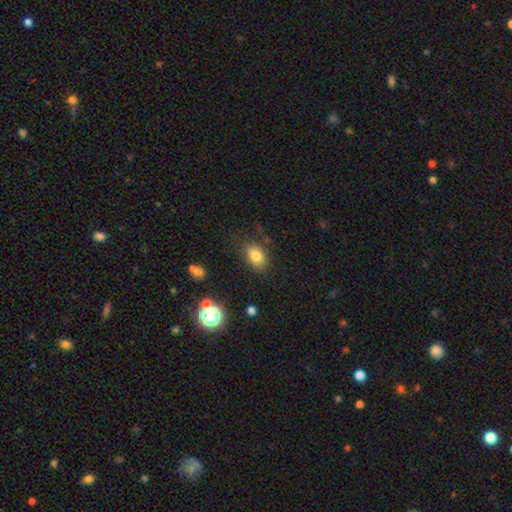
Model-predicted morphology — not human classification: A smooth galaxy with no disk features (79%) that is in between round and cigar-shaped (81%). Merging: none (77%).